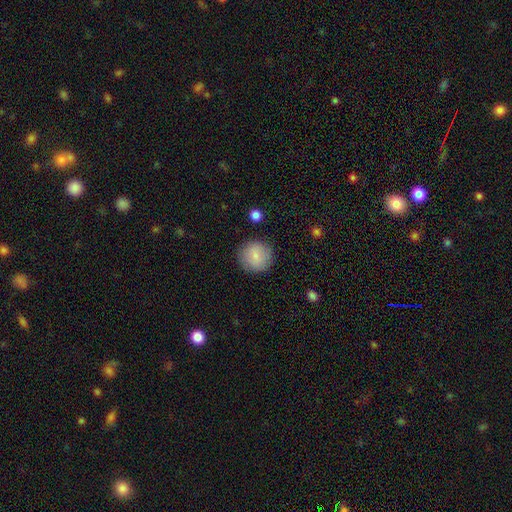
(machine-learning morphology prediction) Smooth or featured?
  - smooth: 83% *
  - featured or disk: 10%
  - star or artifact: 7%
How rounded?
  - round: 92% *
  - in between: 7%
  - cigar-shaped: 1%
Merging?
  - none: 87% *
  - minor disturbance: 9%
  - major disturbance: 3%
  - merger: 1%